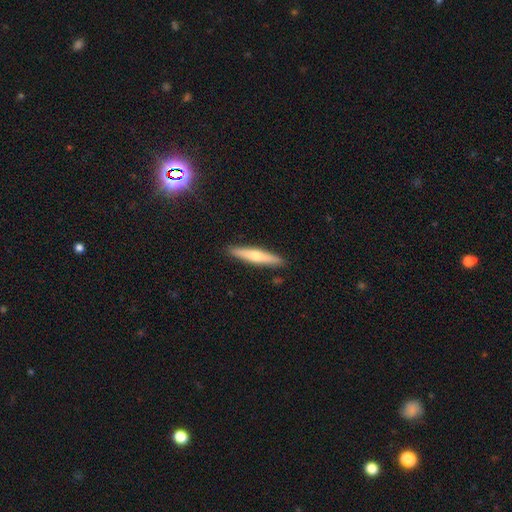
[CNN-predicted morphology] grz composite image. It shows a smooth galaxy with no disk features (53%) that is cigar-shaped (90%). Merging: none (90%).